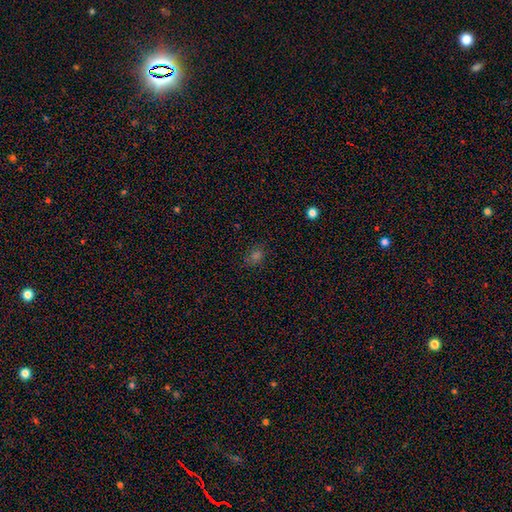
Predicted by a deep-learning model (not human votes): smooth 65%, star or artifact 28%, featured or disk 7%. Down the decision tree: how rounded — in between (50%); merging — none (77%).